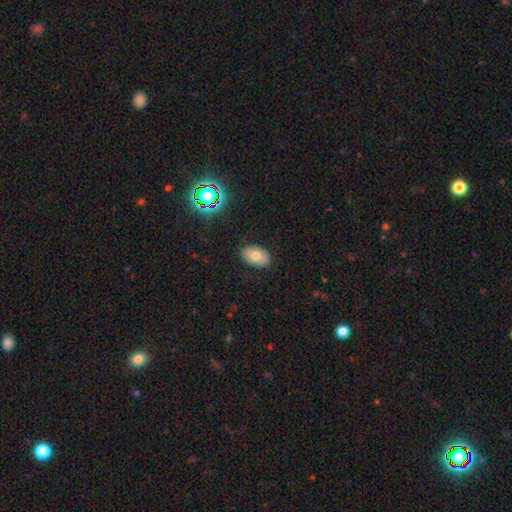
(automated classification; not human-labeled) Morphology: type=smooth (72%); roundness=in between (87%); merging=none (86%).